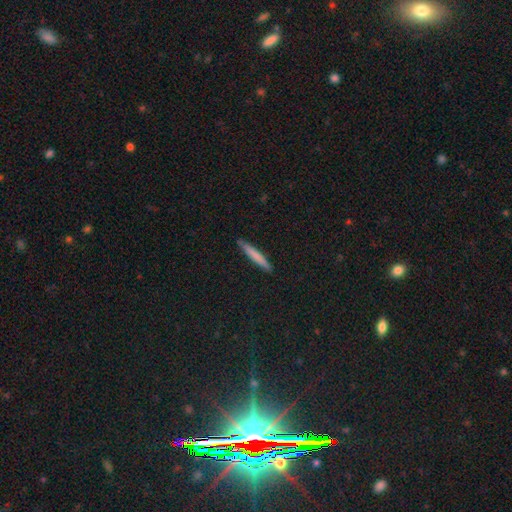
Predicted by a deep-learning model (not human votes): Overall: smooth (75%). How rounded: cigar-shaped (95%). Merging: none (89%).